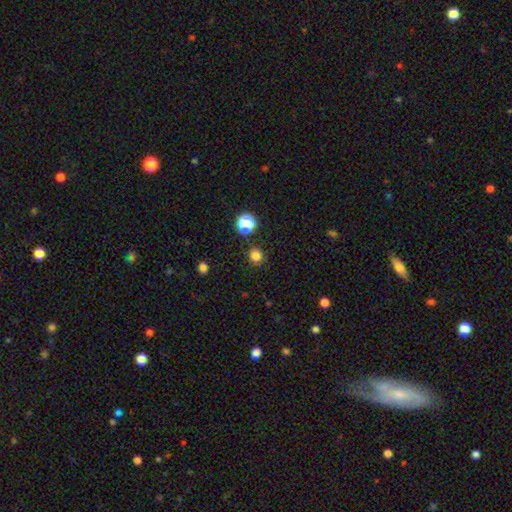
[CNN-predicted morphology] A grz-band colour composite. It shows a smooth galaxy with no disk features (81%) that is round (87%). Merging: none (87%).